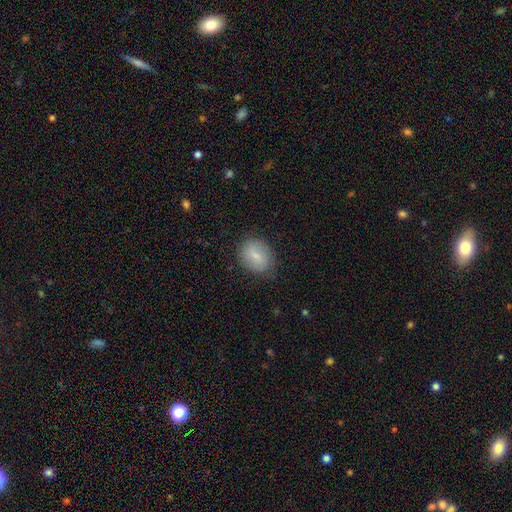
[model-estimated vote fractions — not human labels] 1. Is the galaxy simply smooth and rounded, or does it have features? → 75% smooth, 18% featured or disk, 7% star or artifact.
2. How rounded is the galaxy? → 54% in between, 45% round, 1% cigar-shaped.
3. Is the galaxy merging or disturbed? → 80% none, 16% minor disturbance, 4% major disturbance, 1% merger.